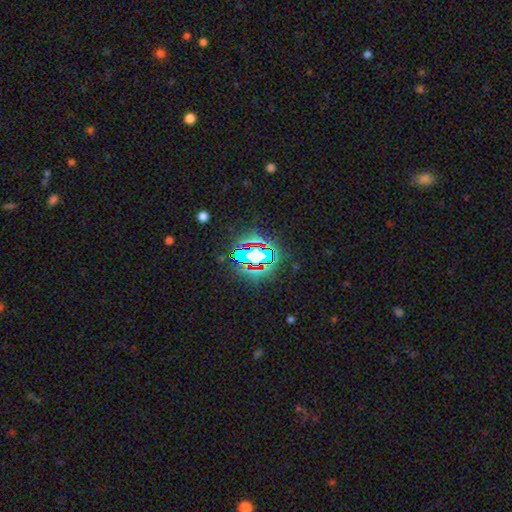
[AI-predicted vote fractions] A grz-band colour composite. It shows a star or artifact, not a galaxy (68%).